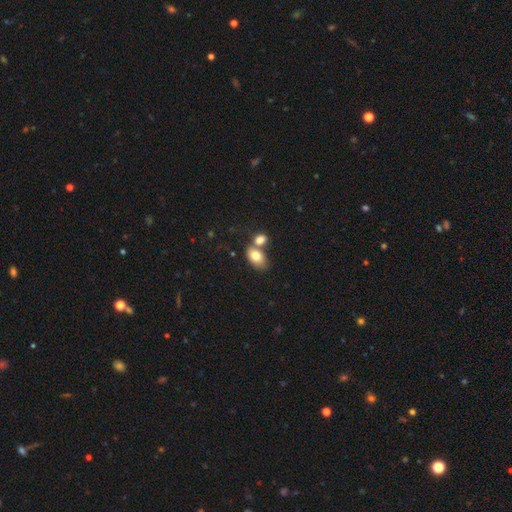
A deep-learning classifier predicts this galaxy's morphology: A smooth galaxy with no disk features (78%) that is in between round and cigar-shaped (86%).

Vote fractions:
- Smooth or featured? smooth: 78% / featured or disk: 14% / star or artifact: 8%
- How rounded? in between: 86% / round: 13% / cigar-shaped: 1%
- Merging? merger: 47% / none: 37% / minor disturbance: 11% / major disturbance: 4%